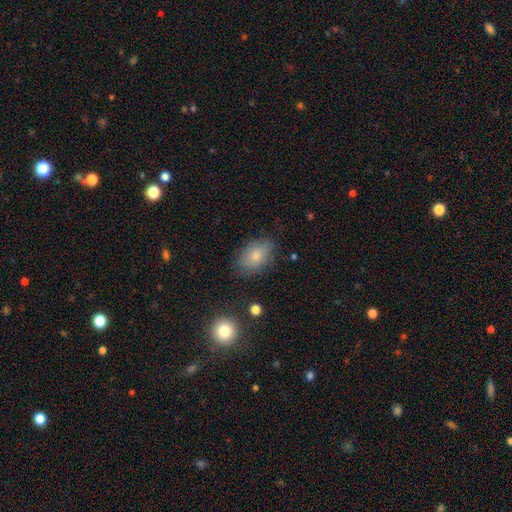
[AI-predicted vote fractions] smooth 78%, featured or disk 14%, star or artifact 8%. Down the decision tree: how rounded — in between (88%); merging — none (77%).